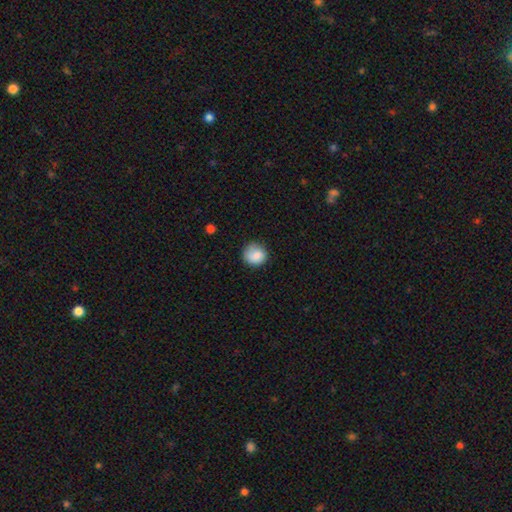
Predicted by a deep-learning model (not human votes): Smooth or featured?
  - smooth: 85% *
  - star or artifact: 8%
  - featured or disk: 8%
How rounded?
  - round: 88% *
  - in between: 11%
  - cigar-shaped: 1%
Merging?
  - none: 74% *
  - minor disturbance: 20%
  - major disturbance: 5%
  - merger: 1%